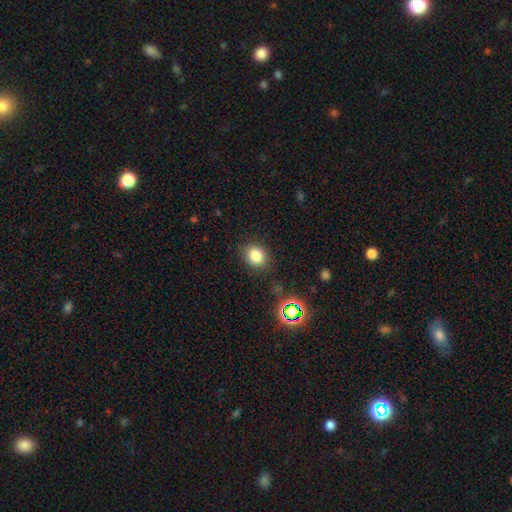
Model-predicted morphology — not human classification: type=smooth (81%); roundness=round (64%); merging=none (85%).